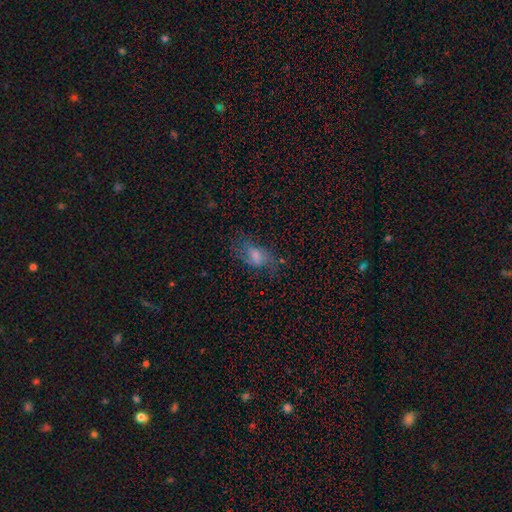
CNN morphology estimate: Q: Smooth or featured?
A: smooth (49%); runner-up: featured or disk (39%)
Q: Merging?
A: none (56%); runner-up: minor disturbance (23%)